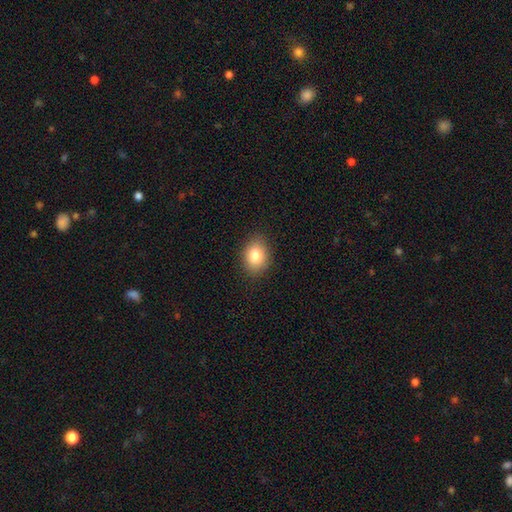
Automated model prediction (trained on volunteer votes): Smooth or featured: smooth — 82% (star or artifact — 9%)
How rounded: in between — 62% (round — 37%)
Merging: none — 87% (minor disturbance — 10%)